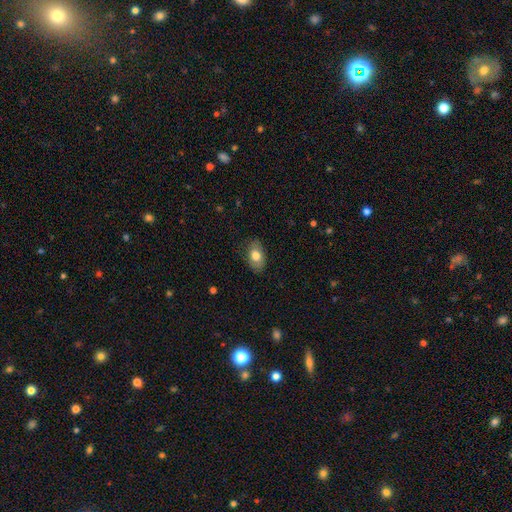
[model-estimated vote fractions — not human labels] Smooth or featured: smooth — 75% (featured or disk — 18%)
How rounded: in between — 88% (round — 10%)
Merging: none — 81% (minor disturbance — 15%)